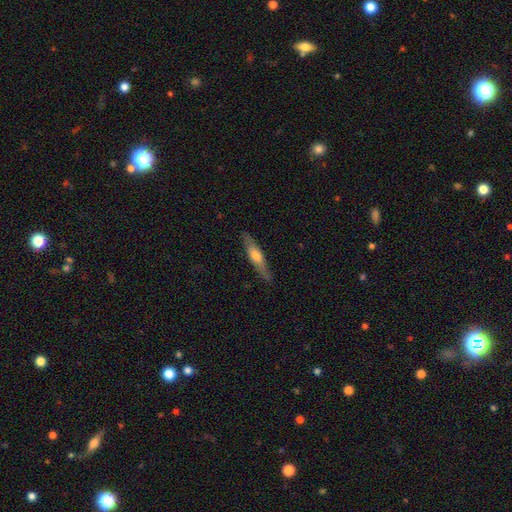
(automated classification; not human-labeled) Overall: featured or disk (48%; smooth 46%). Merging: none (85%).